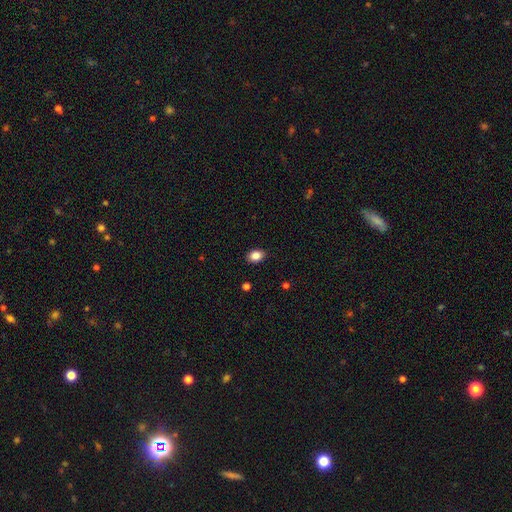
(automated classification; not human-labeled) A smooth galaxy with no disk features (86%) that is in between round and cigar-shaped (75%).

Vote fractions:
- Smooth or featured? smooth: 86% / star or artifact: 9% / featured or disk: 5%
- How rounded? in between: 75% / round: 24% / cigar-shaped: 1%
- Merging? none: 88% / minor disturbance: 9% / major disturbance: 2% / merger: 1%